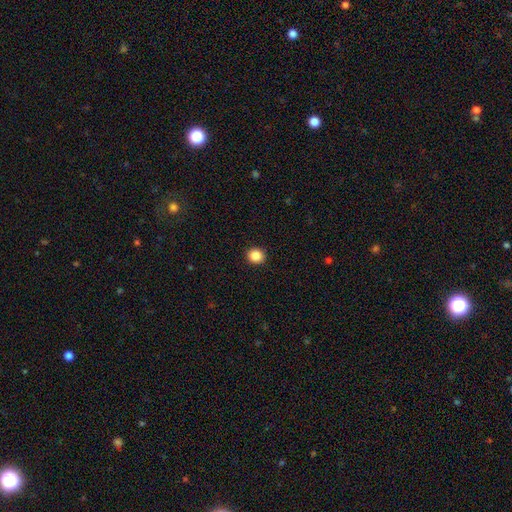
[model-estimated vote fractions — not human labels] Overall: smooth (87%). How rounded: round (86%). Merging: none (92%).